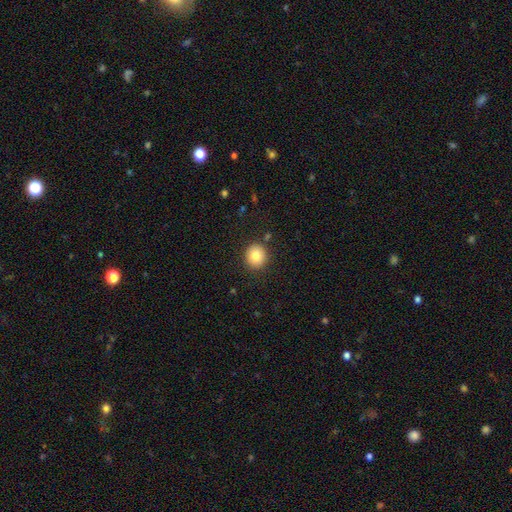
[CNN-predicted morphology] Smooth or featured?
  - smooth: 82% *
  - star or artifact: 9%
  - featured or disk: 9%
How rounded?
  - round: 89% *
  - in between: 11%
  - cigar-shaped: 1%
Merging?
  - none: 89% *
  - minor disturbance: 7%
  - major disturbance: 2%
  - merger: 2%